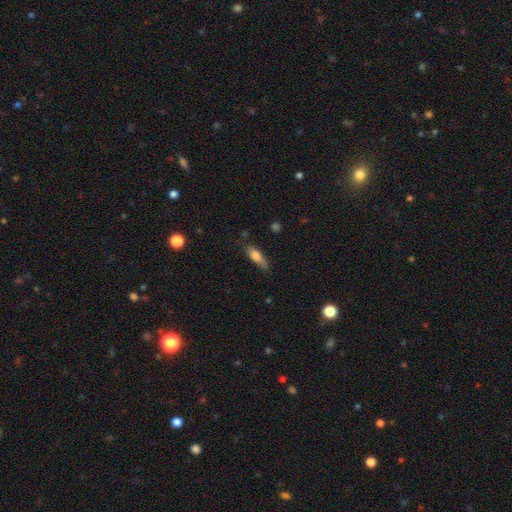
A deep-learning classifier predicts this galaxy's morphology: The model was most divided on "how rounded": in between: 56%, cigar-shaped: 41%, round: 3%. More confident: smooth or featured — smooth (74%); merging — none (62%).